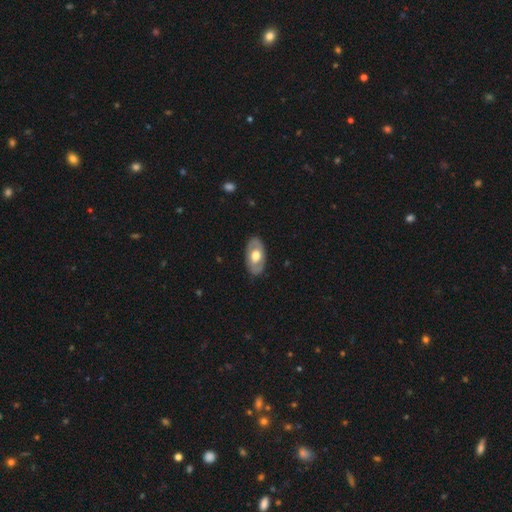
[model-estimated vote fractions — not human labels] Smooth or featured: featured or disk — 49% (smooth — 46%)
Merging: none — 84% (minor disturbance — 12%)